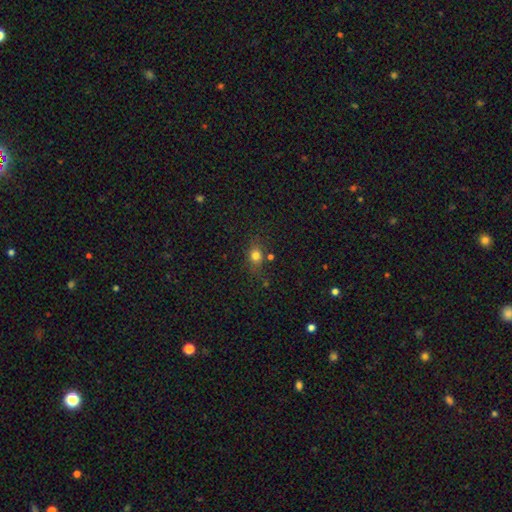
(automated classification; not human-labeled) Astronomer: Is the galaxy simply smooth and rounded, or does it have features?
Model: smooth — 76%.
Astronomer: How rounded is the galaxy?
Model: round — 59% (runner-up: in between, 38%).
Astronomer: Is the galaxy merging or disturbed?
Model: none — 71%.